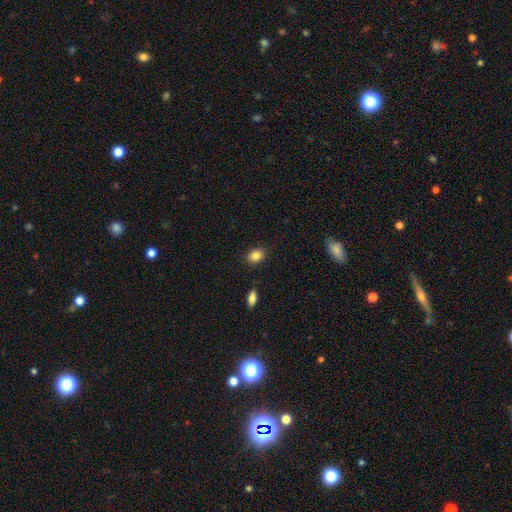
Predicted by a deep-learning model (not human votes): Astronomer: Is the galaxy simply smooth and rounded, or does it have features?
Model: smooth — 85%.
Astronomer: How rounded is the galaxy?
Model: in between — 71%.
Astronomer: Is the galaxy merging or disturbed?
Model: none — 87%.